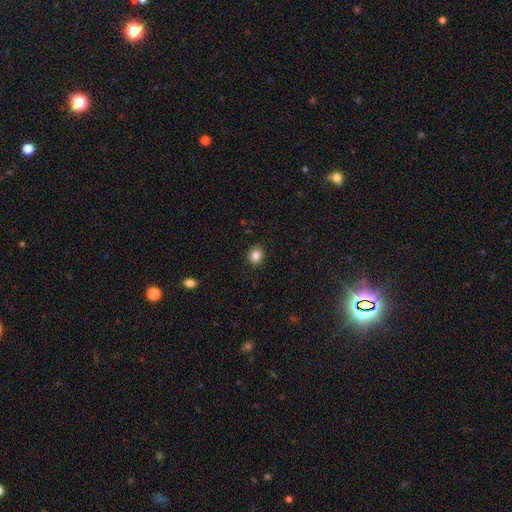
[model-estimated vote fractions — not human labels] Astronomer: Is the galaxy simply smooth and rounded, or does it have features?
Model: smooth — 85%.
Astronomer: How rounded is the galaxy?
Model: round — 69%.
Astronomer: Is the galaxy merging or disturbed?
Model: none — 89%.